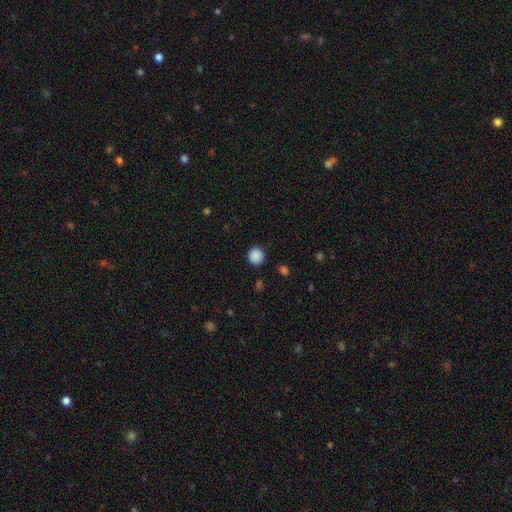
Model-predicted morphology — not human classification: The model was most divided on "smooth or featured": smooth: 88%, star or artifact: 9%, featured or disk: 3%. More confident: how rounded — round (91%); merging — none (90%).